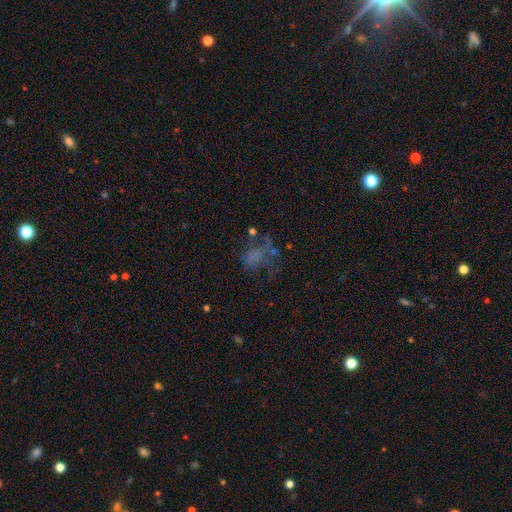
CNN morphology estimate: A smooth galaxy with no disk features (43%).

Vote fractions:
- Smooth or featured? smooth: 43% / featured or disk: 32% / star or artifact: 25%
- Merging? major disturbance: 40% / none: 33% / minor disturbance: 18% / merger: 9%